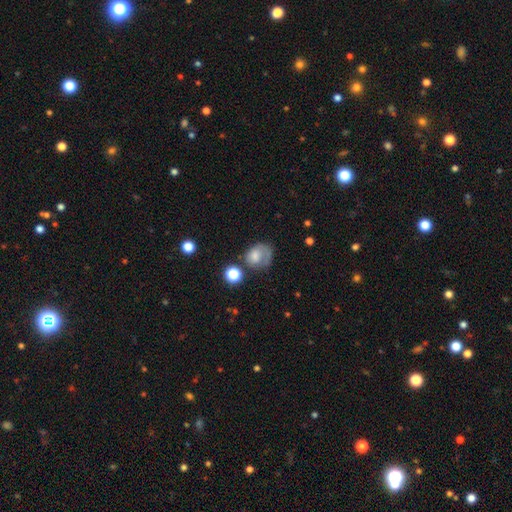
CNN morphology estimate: The model was most divided on "merging": none: 39%, major disturbance: 27%, minor disturbance: 25%, merger: 8%. More confident: smooth or featured — smooth (60%); how rounded — round (56%).